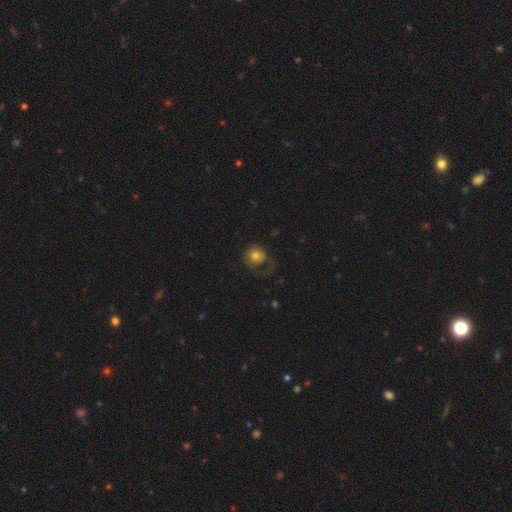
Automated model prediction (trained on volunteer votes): The model was most divided on "merging": none: 45%, major disturbance: 34%, minor disturbance: 19%, merger: 2%. More confident: how rounded — round (83%); smooth or featured — smooth (73%).